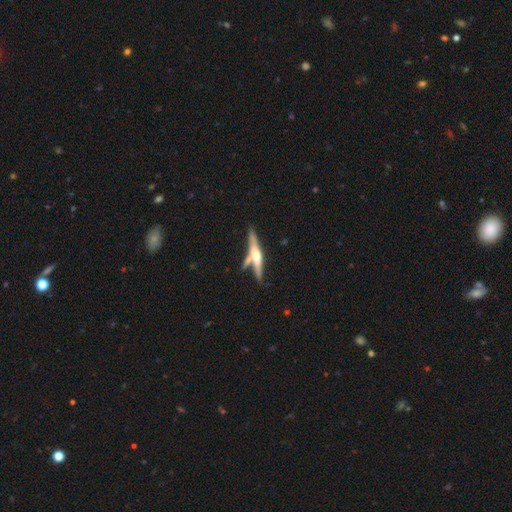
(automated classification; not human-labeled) Smooth or featured? featured or disk (61%)
Edge-on disk? yes (95%)
Edge-on bulge? rounded (79%)
Merging? none (58%)